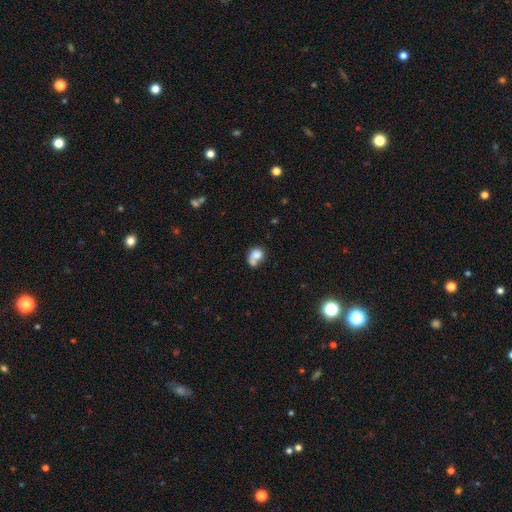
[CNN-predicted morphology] Smooth or featured?
  - smooth: 75% *
  - featured or disk: 15%
  - star or artifact: 10%
How rounded?
  - in between: 51% *
  - round: 48%
  - cigar-shaped: 1%
Merging?
  - merger: 52% *
  - none: 26%
  - minor disturbance: 12%
  - major disturbance: 10%